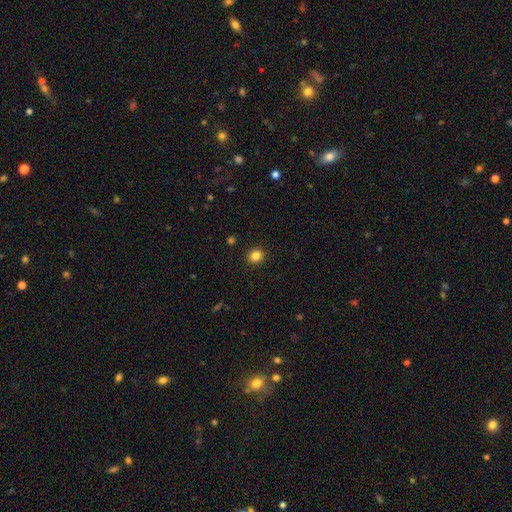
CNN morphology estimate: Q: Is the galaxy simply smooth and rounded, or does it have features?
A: smooth — 84%.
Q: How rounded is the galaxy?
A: round — 81%.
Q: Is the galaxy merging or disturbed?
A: none — 91%.